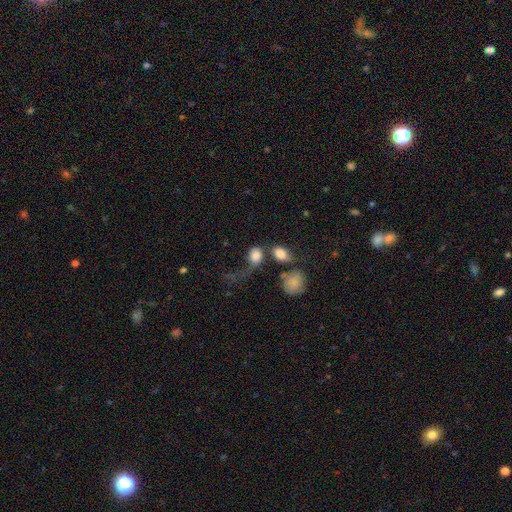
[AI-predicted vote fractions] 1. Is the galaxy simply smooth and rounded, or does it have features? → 77% smooth, 14% featured or disk, 9% star or artifact.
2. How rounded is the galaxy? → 55% in between, 43% round, 2% cigar-shaped.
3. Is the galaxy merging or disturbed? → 38% major disturbance, 24% none, 23% merger, 15% minor disturbance.